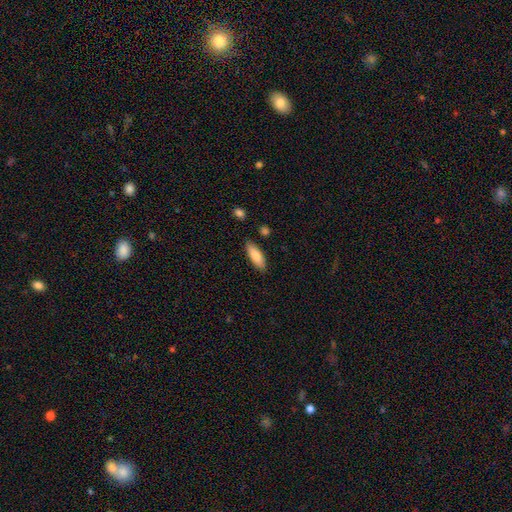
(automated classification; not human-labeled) A smooth galaxy with no disk features (83%) that is in between round and cigar-shaped (62%).

Vote fractions:
- Smooth or featured? smooth: 83% / featured or disk: 11% / star or artifact: 6%
- How rounded? in between: 62% / cigar-shaped: 36% / round: 2%
- Merging? none: 86% / minor disturbance: 10% / merger: 2% / major disturbance: 2%